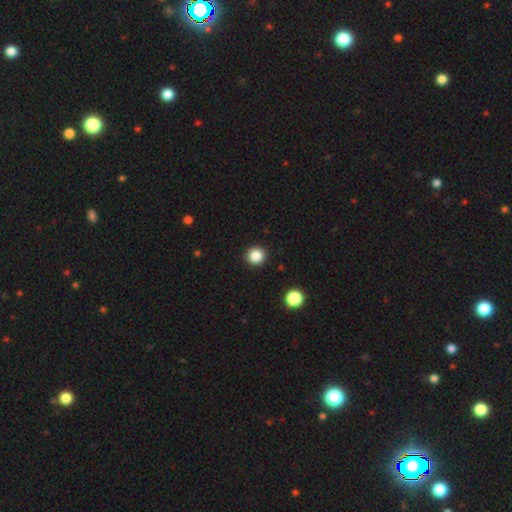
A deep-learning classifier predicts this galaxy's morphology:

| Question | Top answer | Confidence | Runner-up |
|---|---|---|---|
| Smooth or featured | smooth | 86% | star or artifact (11%) |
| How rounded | round | 95% | in between (4%) |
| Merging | none | 92% | minor disturbance (5%) |